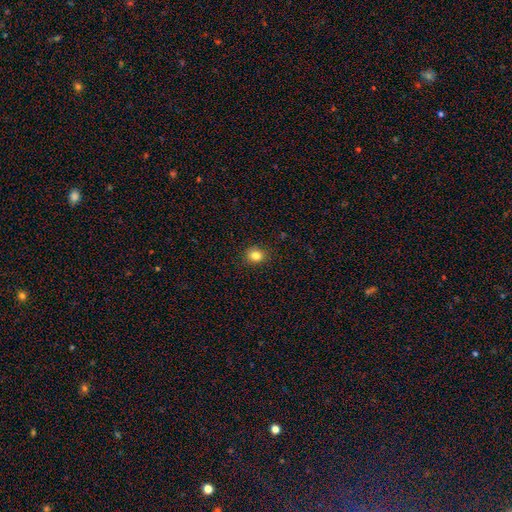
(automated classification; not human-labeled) Smooth or featured?
  - smooth: 83% *
  - star or artifact: 11%
  - featured or disk: 6%
How rounded?
  - round: 70% *
  - in between: 29%
  - cigar-shaped: 1%
Merging?
  - none: 89% *
  - minor disturbance: 8%
  - major disturbance: 2%
  - merger: 1%